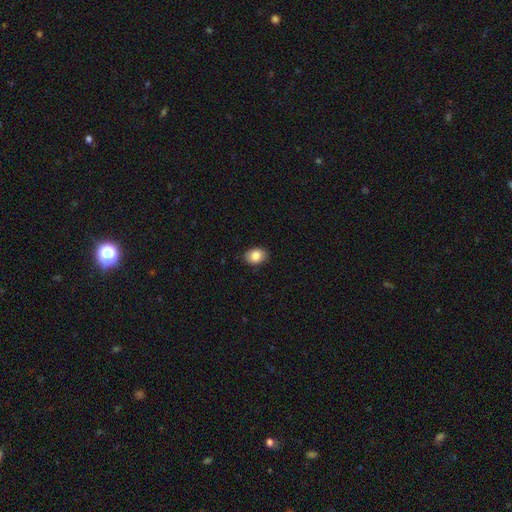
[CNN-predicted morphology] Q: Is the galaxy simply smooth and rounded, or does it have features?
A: smooth — 85%.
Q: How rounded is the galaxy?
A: in between — 73%.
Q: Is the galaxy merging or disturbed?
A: none — 87%.